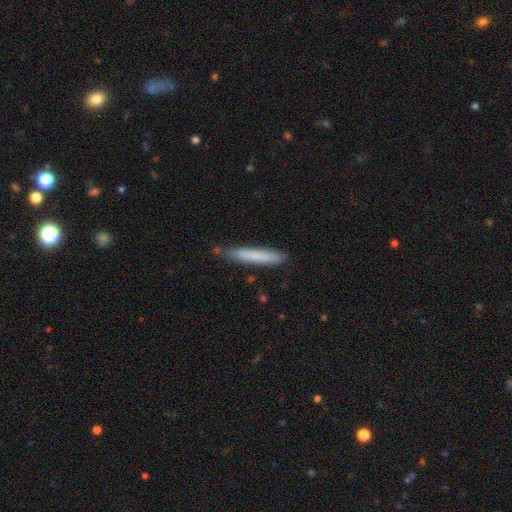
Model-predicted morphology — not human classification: Overall: smooth (76%). How rounded: cigar-shaped (94%). Merging: none (78%).